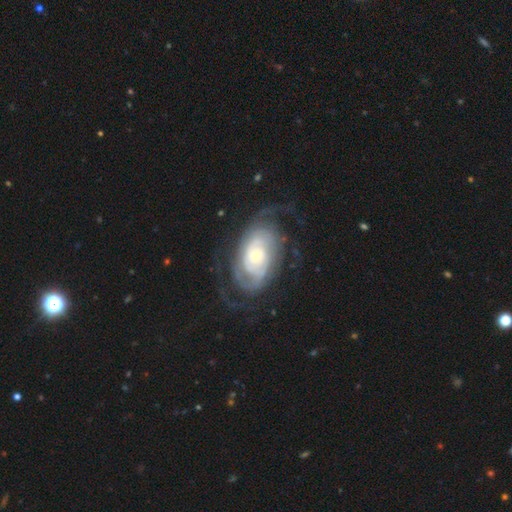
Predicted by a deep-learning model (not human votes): This is clearly a featured or disk galaxy (82%). It is clearly not viewed edge-on (95%). Bar: likely no (78%). Spiral arm pattern: clearly yes (88%). Spiral arm count: marginally can't tell (39%). Spiral winding: possibly tight (59%). Central bulge: likely small (63%). Merging: likely none (63%).